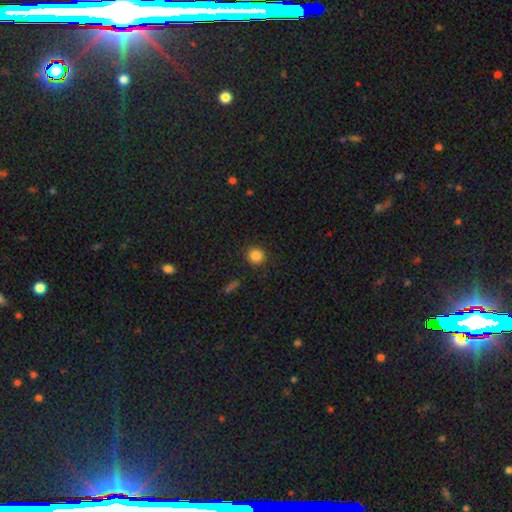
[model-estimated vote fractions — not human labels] A smooth galaxy with no disk features (85%) that is round (92%).

Vote fractions:
- Smooth or featured? smooth: 85% / star or artifact: 11% / featured or disk: 4%
- How rounded? round: 92% / in between: 7% / cigar-shaped: 1%
- Merging? none: 91% / minor disturbance: 6% / major disturbance: 2% / merger: 1%